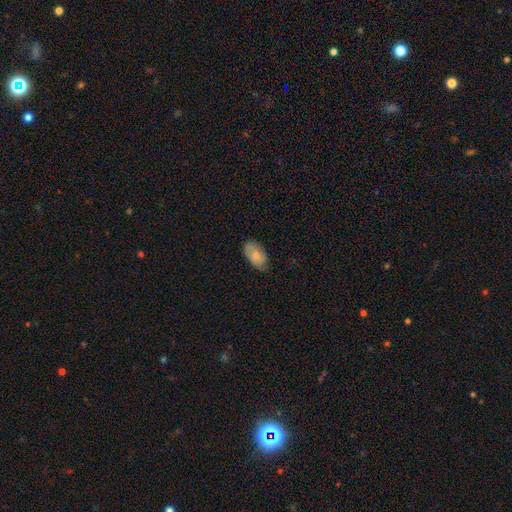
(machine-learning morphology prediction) Smooth or featured: smooth — 67% (featured or disk — 26%)
How rounded: in between — 92% (round — 6%)
Merging: none — 68% (minor disturbance — 26%)